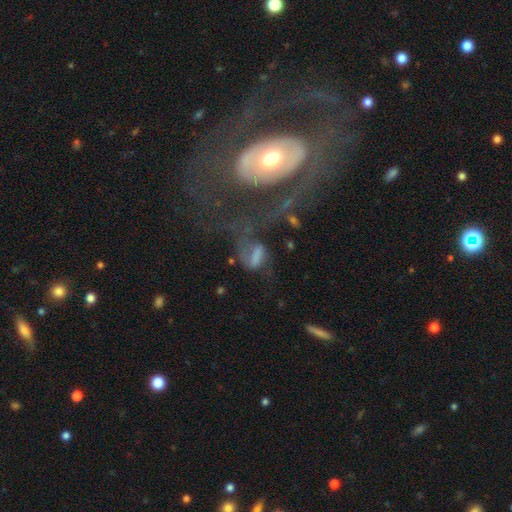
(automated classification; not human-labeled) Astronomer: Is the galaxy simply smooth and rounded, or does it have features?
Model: smooth — 46% (runner-up: featured or disk, 37%).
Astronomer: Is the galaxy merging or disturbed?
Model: major disturbance — 41% (runner-up: none, 27%).